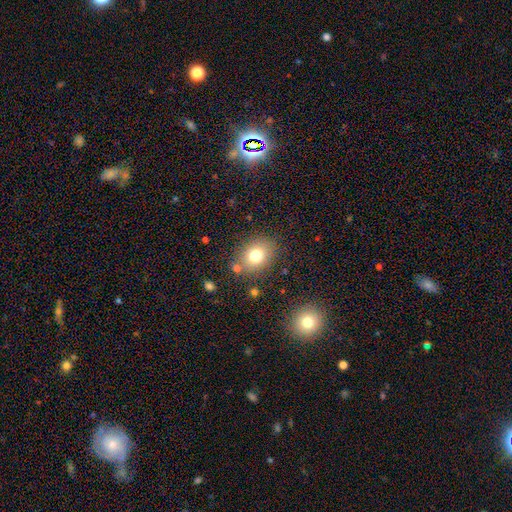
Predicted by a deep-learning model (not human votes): The model was most divided on "how rounded": in between: 56%, round: 43%, cigar-shaped: 1%. More confident: merging — none (79%); smooth or featured — smooth (76%).